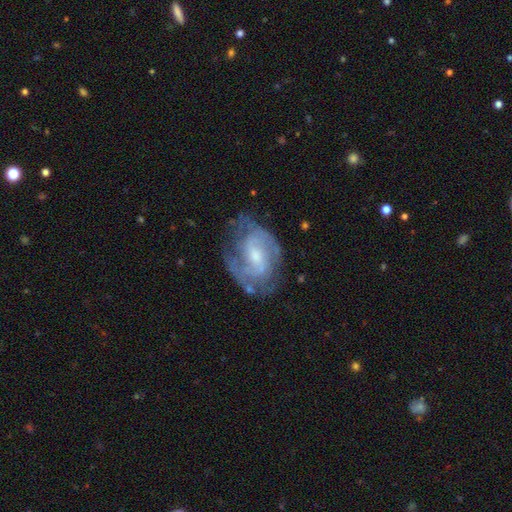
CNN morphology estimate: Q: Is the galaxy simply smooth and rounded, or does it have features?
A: featured or disk — 81%.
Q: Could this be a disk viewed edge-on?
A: no — 97%.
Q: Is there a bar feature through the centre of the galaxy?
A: weak — 49%.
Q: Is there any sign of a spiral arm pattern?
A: yes — 89%.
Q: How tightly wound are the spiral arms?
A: medium — 45%.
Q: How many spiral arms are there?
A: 2 — 60%.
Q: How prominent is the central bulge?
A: small — 45%.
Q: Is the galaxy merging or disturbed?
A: none — 64%.